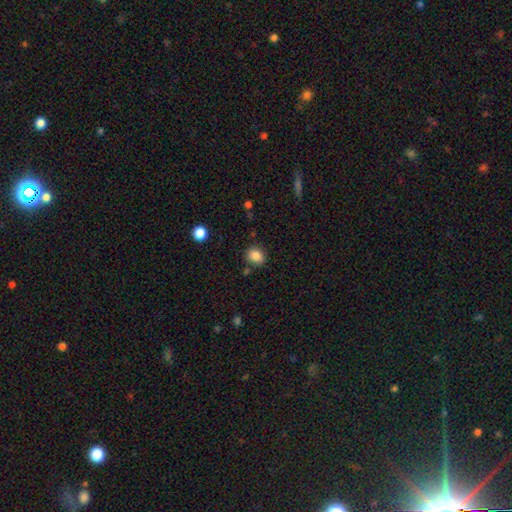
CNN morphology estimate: Smooth or featured?
  - smooth: 85% *
  - star or artifact: 10%
  - featured or disk: 5%
How rounded?
  - round: 55% *
  - in between: 44%
  - cigar-shaped: 1%
Merging?
  - none: 80% *
  - minor disturbance: 12%
  - merger: 4%
  - major disturbance: 3%